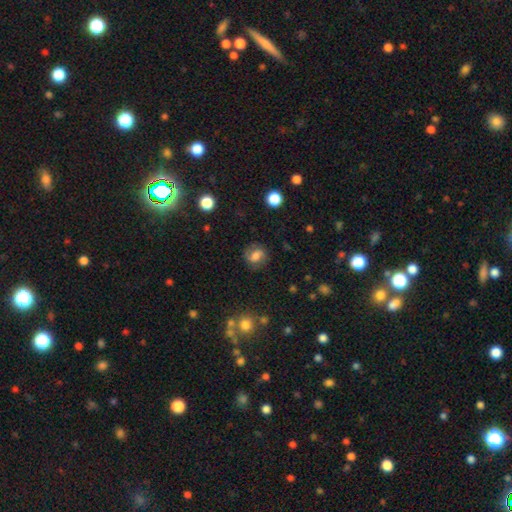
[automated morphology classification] Smooth or featured: featured or disk — 46% (smooth — 43%)
Merging: none — 76% (minor disturbance — 15%)